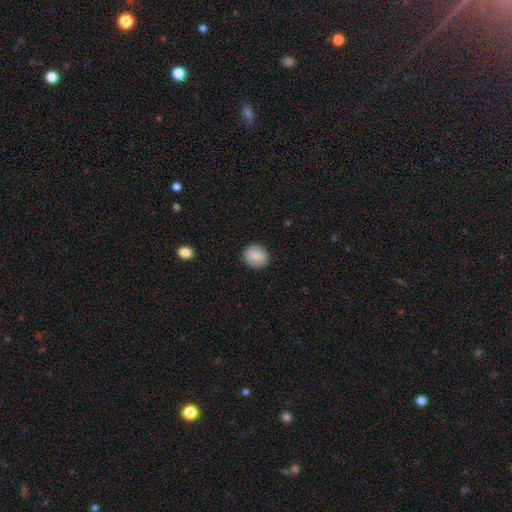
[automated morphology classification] Smooth or featured?
  - smooth: 87% *
  - star or artifact: 7%
  - featured or disk: 6%
How rounded?
  - round: 83% *
  - in between: 16%
  - cigar-shaped: 1%
Merging?
  - none: 90% *
  - minor disturbance: 7%
  - major disturbance: 2%
  - merger: 1%